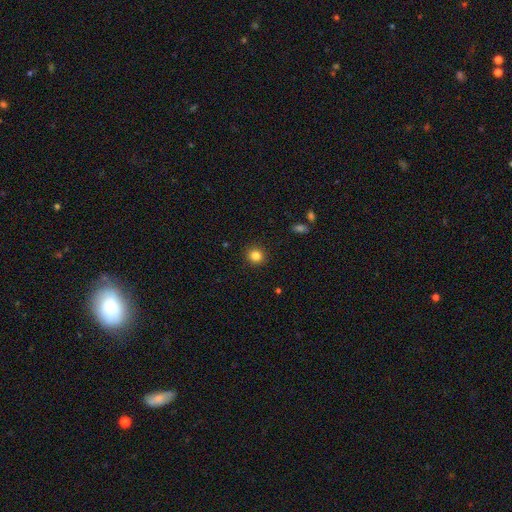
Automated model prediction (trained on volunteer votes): A smooth galaxy with no disk features (84%) that is round (91%). Merging: none (92%).